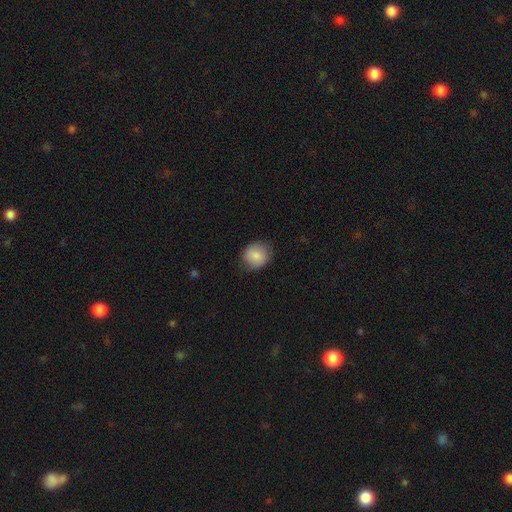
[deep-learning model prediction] The model was most divided on "how rounded": round: 71%, in between: 28%, cigar-shaped: 1%. More confident: smooth or featured — smooth (85%); merging — none (79%).